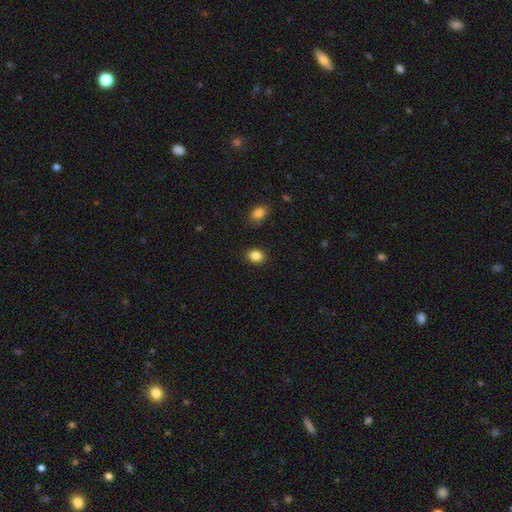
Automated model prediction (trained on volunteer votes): smooth 85%, star or artifact 10%, featured or disk 5%. Down the decision tree: how rounded — in between (59%); merging — none (87%).